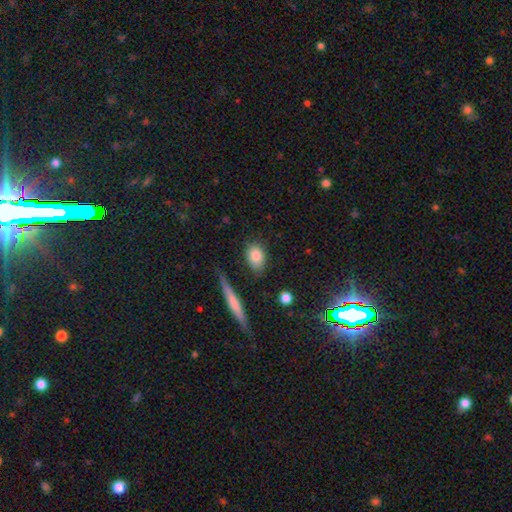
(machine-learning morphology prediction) A smooth galaxy with no disk features (83%) that is in between round and cigar-shaped (70%). Merging: none (76%).